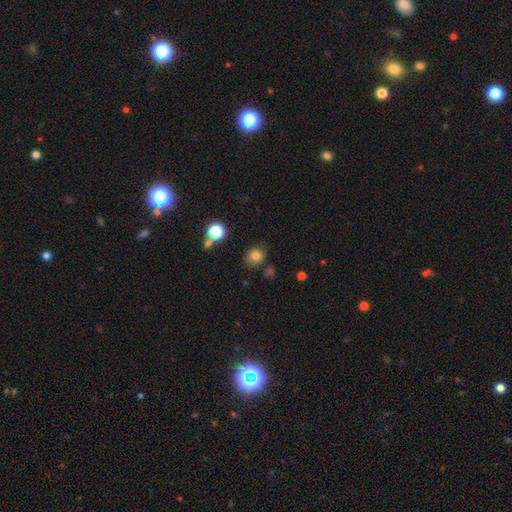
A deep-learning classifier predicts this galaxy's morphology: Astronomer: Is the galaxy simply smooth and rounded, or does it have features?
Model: smooth — 79%.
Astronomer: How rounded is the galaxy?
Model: round — 69%.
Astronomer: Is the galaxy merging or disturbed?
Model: none — 71%.